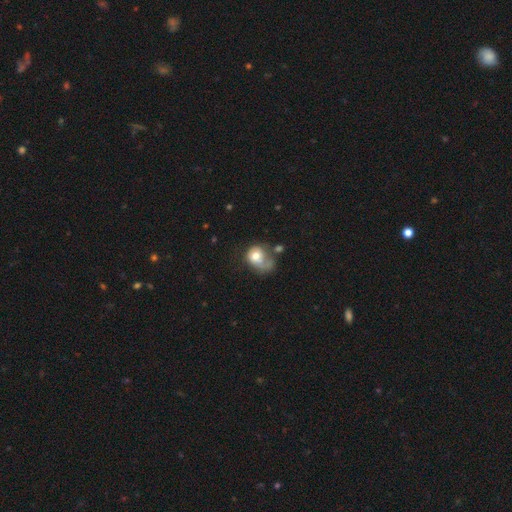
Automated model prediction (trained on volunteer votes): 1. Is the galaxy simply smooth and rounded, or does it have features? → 59% smooth, 33% featured or disk, 8% star or artifact.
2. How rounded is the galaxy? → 54% round, 45% in between, 1% cigar-shaped.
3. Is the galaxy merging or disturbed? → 40% major disturbance, 22% none, 20% minor disturbance, 18% merger.